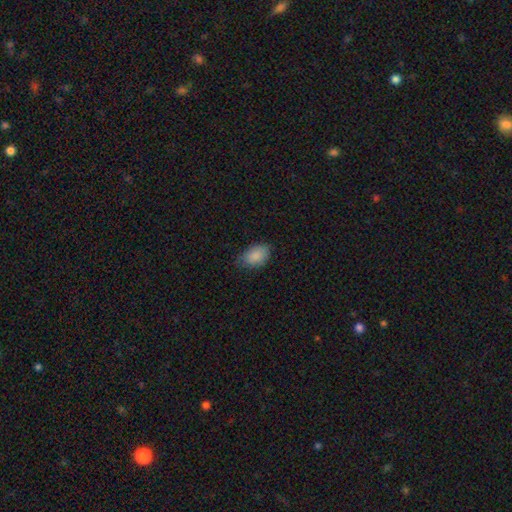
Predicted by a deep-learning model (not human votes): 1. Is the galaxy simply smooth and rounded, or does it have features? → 88% smooth, 7% star or artifact, 5% featured or disk.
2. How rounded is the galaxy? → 90% in between, 9% round, 1% cigar-shaped.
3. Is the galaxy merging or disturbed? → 72% none, 23% minor disturbance, 4% major disturbance, 1% merger.